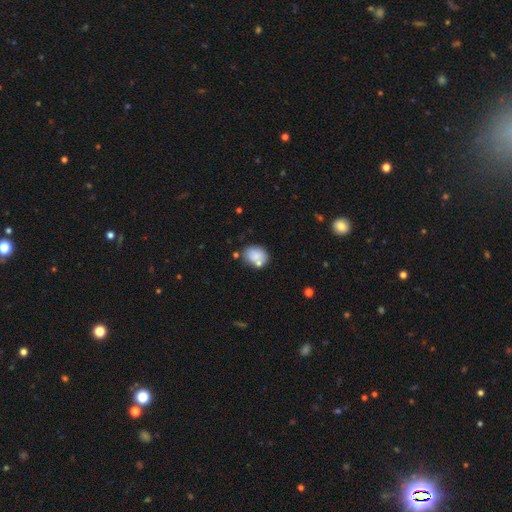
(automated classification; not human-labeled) A smooth galaxy with no disk features (81%) that is in between round and cigar-shaped (62%).

Vote fractions:
- Smooth or featured? smooth: 81% / featured or disk: 10% / star or artifact: 9%
- How rounded? in between: 62% / round: 37% / cigar-shaped: 1%
- Merging? none: 63% / minor disturbance: 17% / merger: 15% / major disturbance: 5%